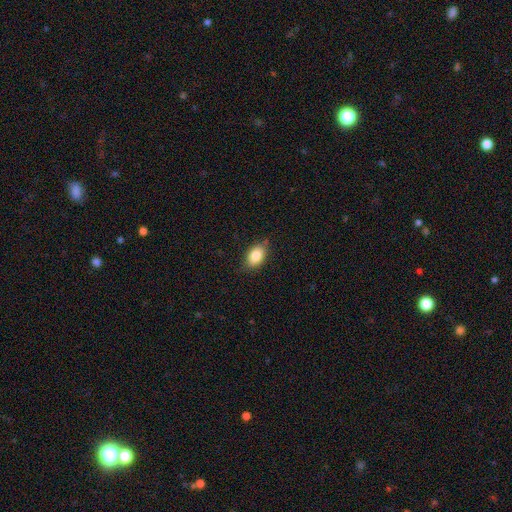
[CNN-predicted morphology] Smooth or featured? smooth (84%)
How rounded? in between (86%)
Merging? none (79%)